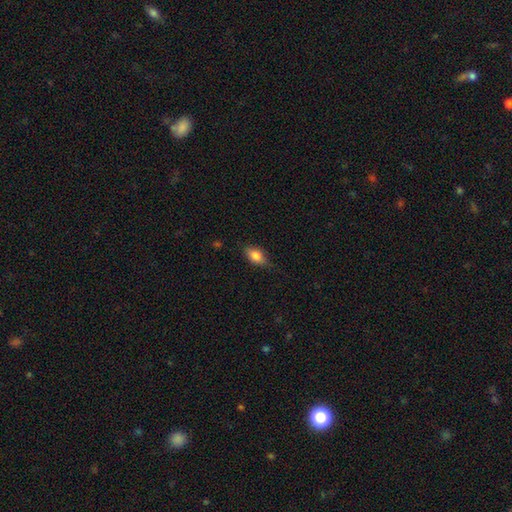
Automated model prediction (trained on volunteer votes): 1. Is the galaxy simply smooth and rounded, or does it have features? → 78% smooth, 14% featured or disk, 8% star or artifact.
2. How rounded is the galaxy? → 83% in between, 11% round, 6% cigar-shaped.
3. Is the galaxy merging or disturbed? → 72% none, 23% minor disturbance, 4% major disturbance, 1% merger.